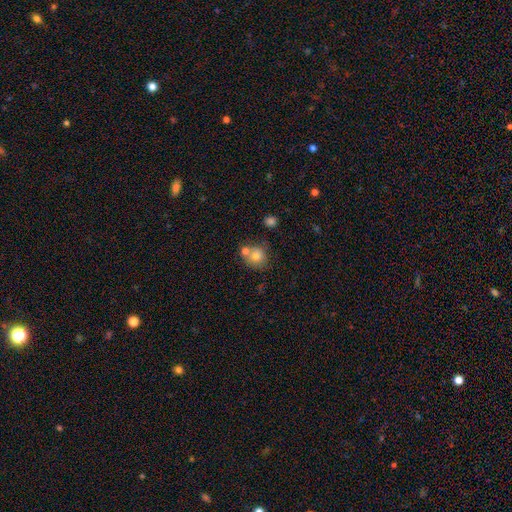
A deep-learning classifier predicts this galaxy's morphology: Overall: smooth (76%). How rounded: round (82%). Merging: none (52%; merger 32%).